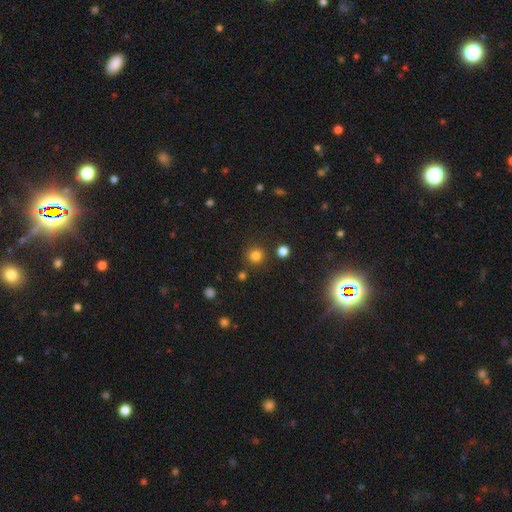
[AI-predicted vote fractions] A smooth galaxy with no disk features (80%) that is round (93%). Merging: none (85%).